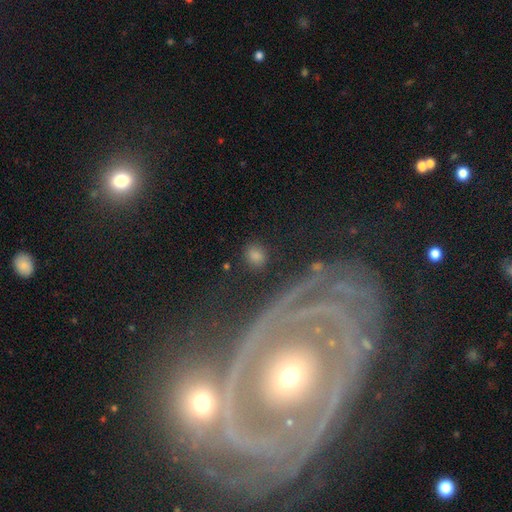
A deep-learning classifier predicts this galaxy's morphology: A smooth galaxy with no disk features (77%) that is round (72%).

Vote fractions:
- Smooth or featured? smooth: 77% / star or artifact: 14% / featured or disk: 9%
- How rounded? round: 72% / in between: 26% / cigar-shaped: 2%
- Merging? none: 82% / minor disturbance: 10% / major disturbance: 5% / merger: 3%